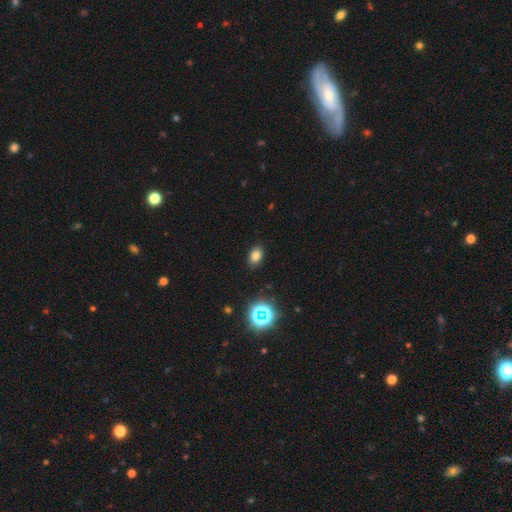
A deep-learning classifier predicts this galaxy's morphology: smooth 76%, star or artifact 17%, featured or disk 7%. Down the decision tree: how rounded — in between (84%); merging — none (88%).